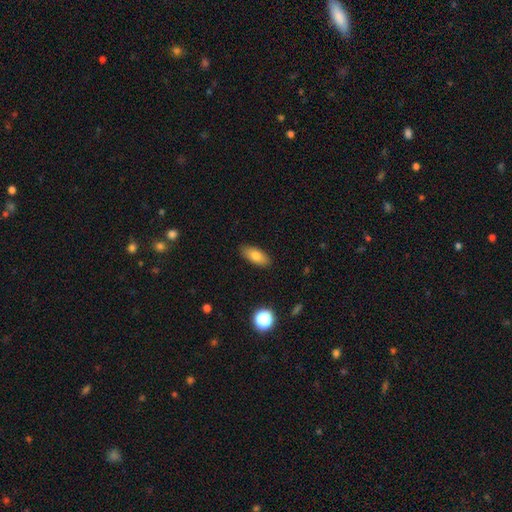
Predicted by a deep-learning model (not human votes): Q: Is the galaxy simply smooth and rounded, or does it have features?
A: smooth — 77%.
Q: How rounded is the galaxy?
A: in between — 85%.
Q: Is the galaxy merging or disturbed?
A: none — 88%.